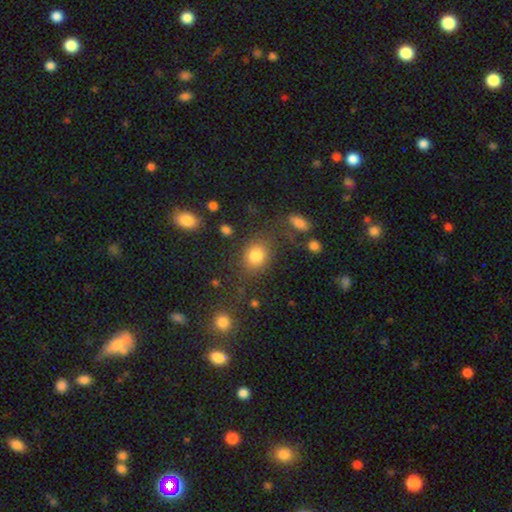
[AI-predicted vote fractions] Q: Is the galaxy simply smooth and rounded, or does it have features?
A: smooth — 79%.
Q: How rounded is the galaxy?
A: round — 54%.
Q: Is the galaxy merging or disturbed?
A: none — 73%.